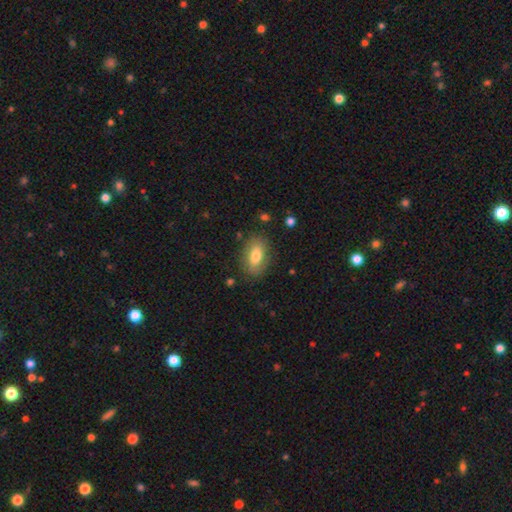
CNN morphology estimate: Smooth or featured? Predicted: smooth (p=0.74). How rounded? Predicted: in between (p=0.89). Merging? Predicted: none (p=0.81).